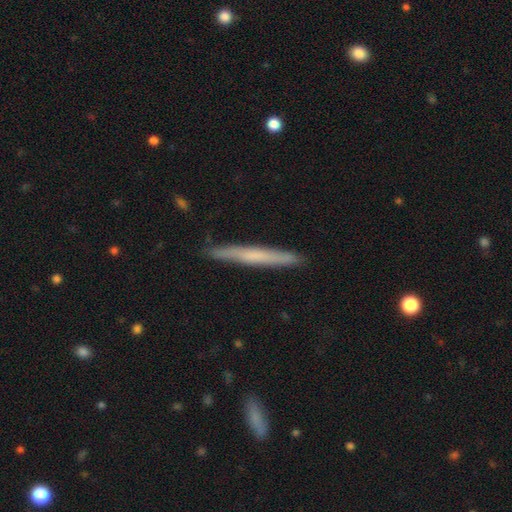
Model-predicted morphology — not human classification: Q: Smooth or featured?
A: smooth (53%); runner-up: featured or disk (41%)
Q: How rounded?
A: cigar-shaped (97%); runner-up: in between (2%)
Q: Merging?
A: none (89%); runner-up: minor disturbance (8%)